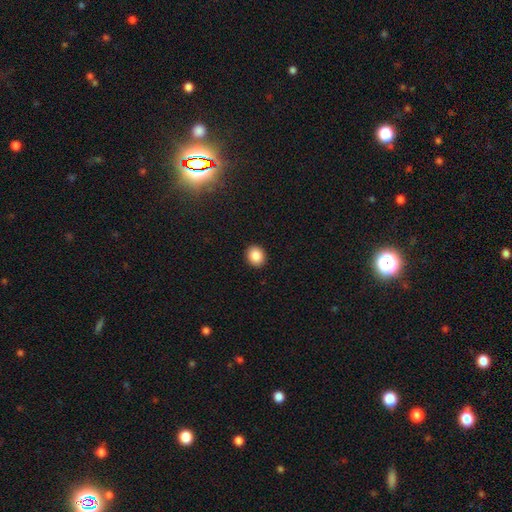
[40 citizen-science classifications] Smooth or featured? 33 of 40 (82%) said smooth. How rounded? 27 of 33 (82%) said round. Merging? 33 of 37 (89%) said none.